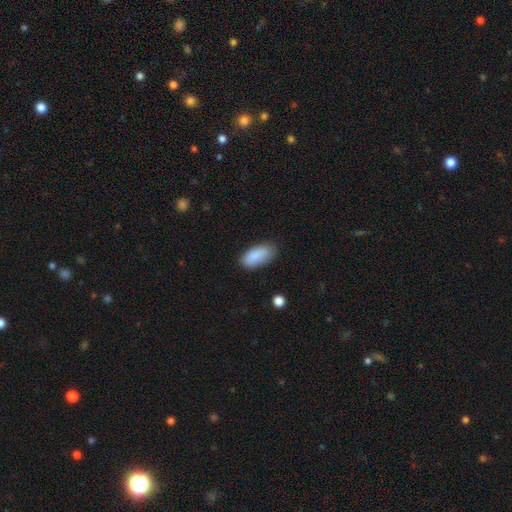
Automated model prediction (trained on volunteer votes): smooth-or-featured: smooth: 88% | star or artifact: 7% | featured or disk: 5%
  how-rounded: in between: 90% | cigar-shaped: 8% | round: 2%
  merging: none: 77% | minor disturbance: 18% | major disturbance: 4% | merger: 1%